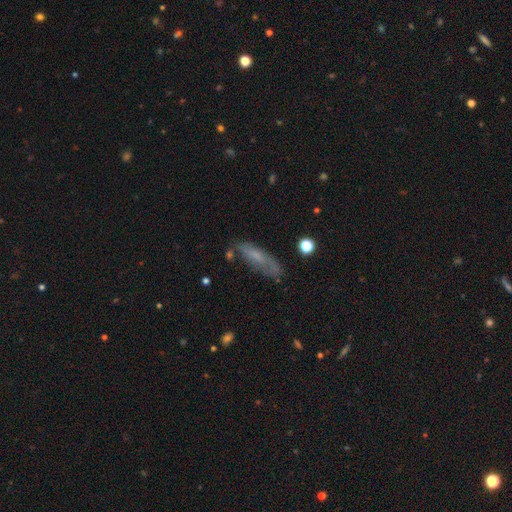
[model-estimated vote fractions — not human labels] Morphology: type=smooth (56%); roundness=cigar-shaped (51%); merging=none (60%).